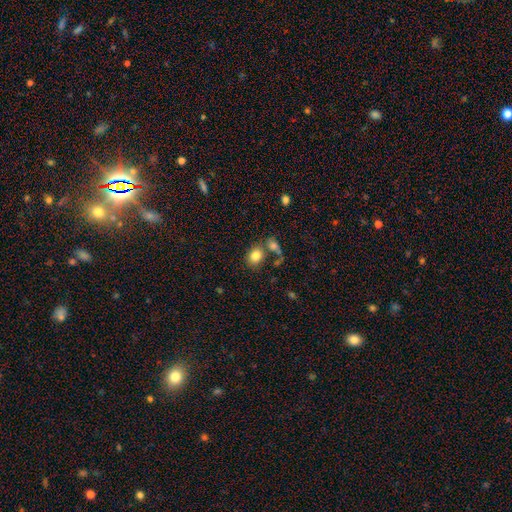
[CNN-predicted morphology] Smooth or featured? Predicted: smooth (p=0.82). How rounded? Predicted: in between (p=0.55). Merging? Predicted: none (p=0.60).